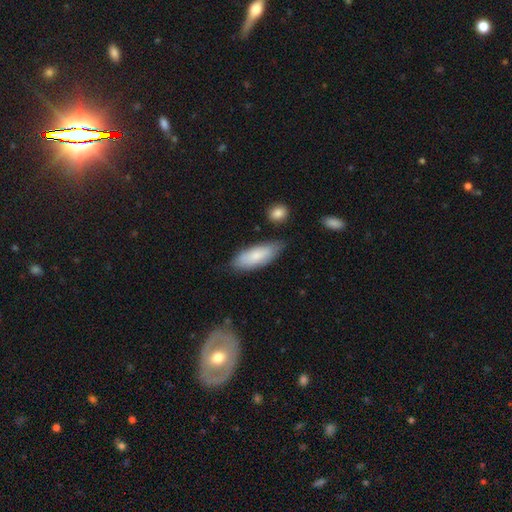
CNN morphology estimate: Q: Smooth or featured?
A: smooth (77%); runner-up: featured or disk (18%)
Q: How rounded?
A: in between (71%); runner-up: cigar-shaped (27%)
Q: Merging?
A: none (71%); runner-up: minor disturbance (21%)